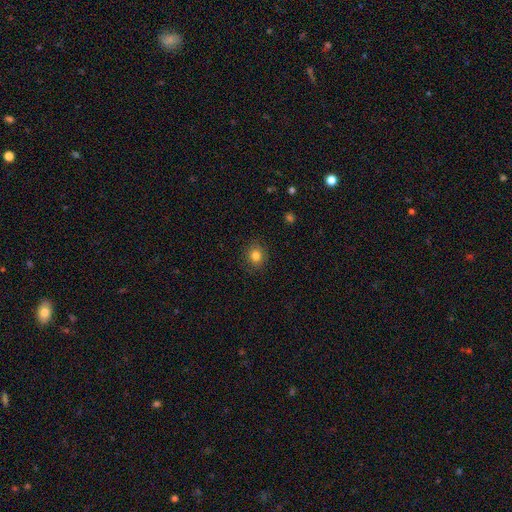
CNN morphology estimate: Overall: smooth (81%). How rounded: round (79%). Merging: none (88%).